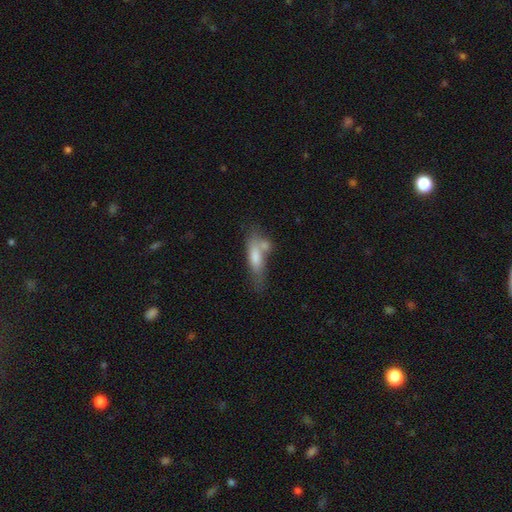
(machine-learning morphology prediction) Smooth or featured? smooth (71%)
How rounded? in between (54%)
Merging? merger (35%)